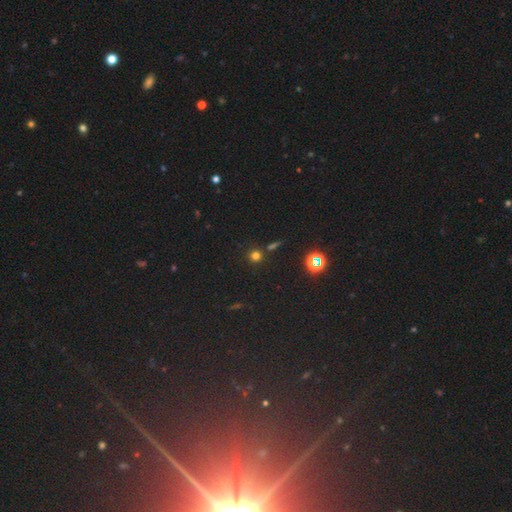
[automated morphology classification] A smooth galaxy with no disk features (66%) that is round (93%).

Vote fractions:
- Smooth or featured? smooth: 66% / star or artifact: 26% / featured or disk: 7%
- How rounded? round: 93% / in between: 6% / cigar-shaped: 1%
- Merging? none: 80% / merger: 10% / minor disturbance: 8% / major disturbance: 3%